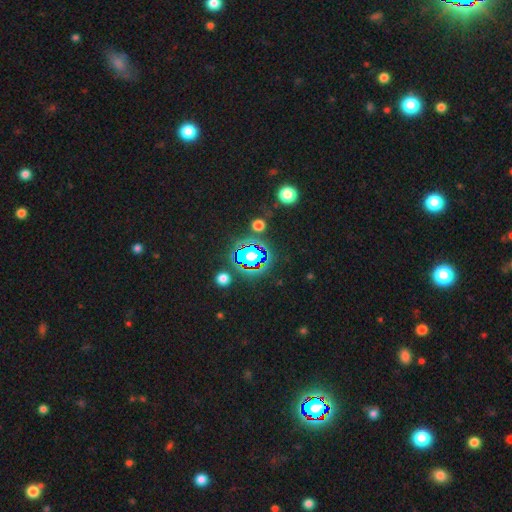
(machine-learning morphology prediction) smooth-or-featured: star or artifact: 82% | smooth: 12% | featured or disk: 7%